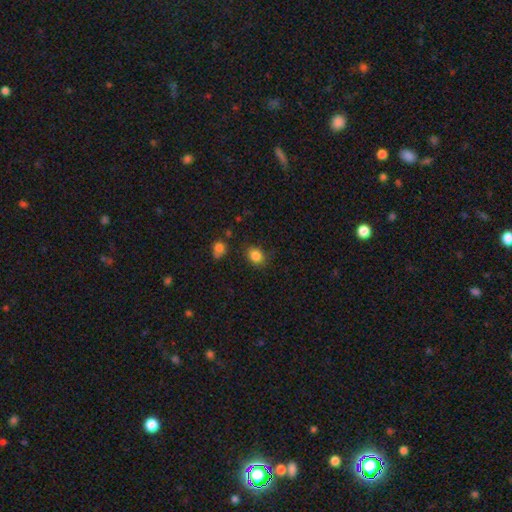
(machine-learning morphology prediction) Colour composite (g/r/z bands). It shows a smooth galaxy with no disk features (85%) that is in between round and cigar-shaped (55%). Merging: none (78%).